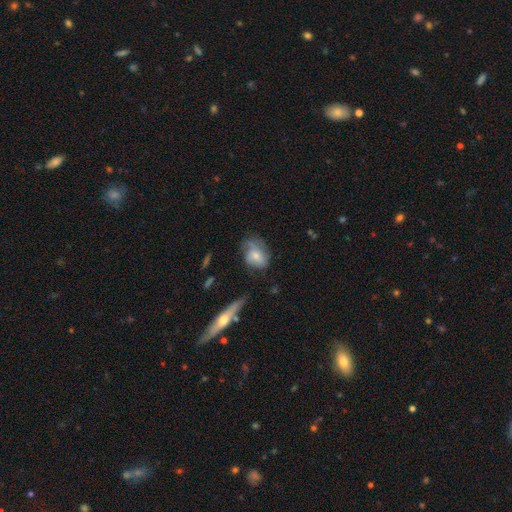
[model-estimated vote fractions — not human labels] Smooth or featured?
  - featured or disk: 49% *
  - smooth: 43%
  - star or artifact: 7%
Merging?
  - none: 47% *
  - minor disturbance: 29%
  - major disturbance: 21%
  - merger: 3%